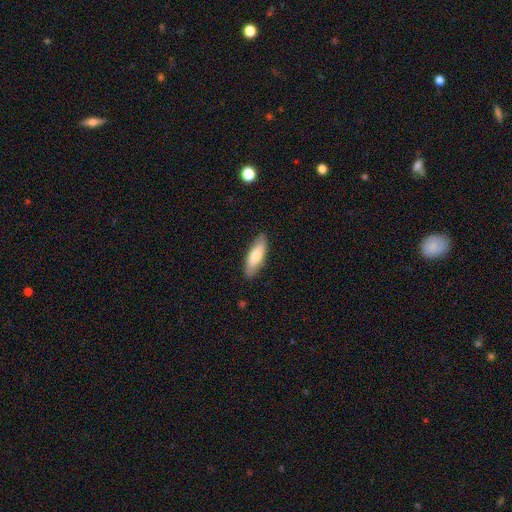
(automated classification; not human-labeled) Smooth or featured: smooth — 75% (featured or disk — 20%)
How rounded: in between — 55% (cigar-shaped — 43%)
Merging: none — 86% (minor disturbance — 11%)